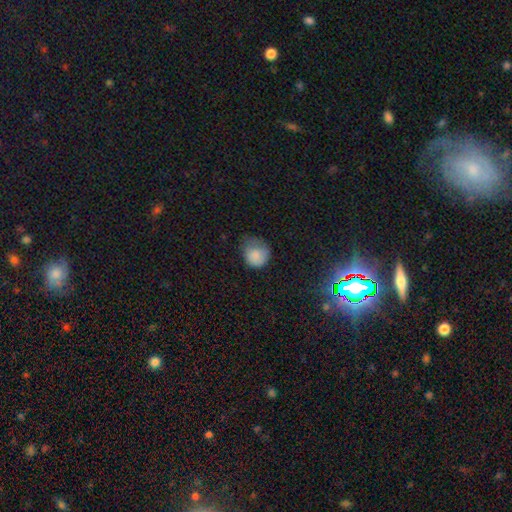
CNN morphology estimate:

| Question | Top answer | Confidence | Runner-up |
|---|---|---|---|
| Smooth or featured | smooth | 83% | star or artifact (9%) |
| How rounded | round | 78% | in between (21%) |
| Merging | minor disturbance | 40% | none (36%) |